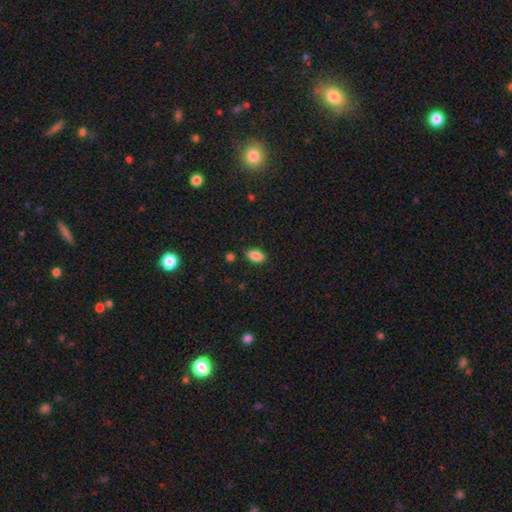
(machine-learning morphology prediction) Smooth or featured?
  - smooth: 87% *
  - star or artifact: 8%
  - featured or disk: 5%
How rounded?
  - in between: 91% *
  - round: 6%
  - cigar-shaped: 4%
Merging?
  - none: 84% *
  - minor disturbance: 11%
  - major disturbance: 2%
  - merger: 2%